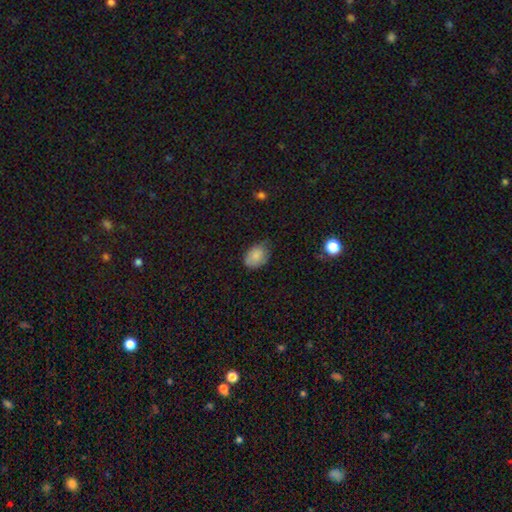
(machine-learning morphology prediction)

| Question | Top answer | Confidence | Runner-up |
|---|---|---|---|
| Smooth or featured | smooth | 83% | featured or disk (8%) |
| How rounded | in between | 78% | round (21%) |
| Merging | none | 57% | minor disturbance (35%) |